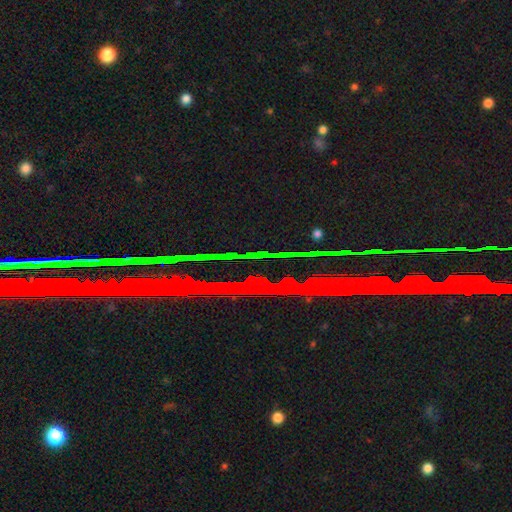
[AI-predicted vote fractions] Smooth or featured: star or artifact — 87% (featured or disk — 8%)